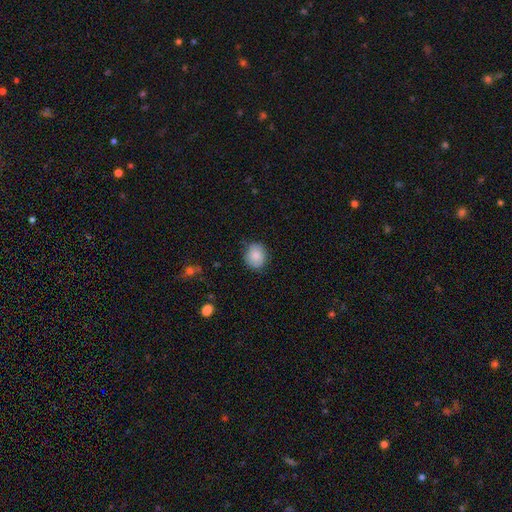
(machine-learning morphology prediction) The model was most divided on "how rounded": round: 71%, in between: 28%, cigar-shaped: 1%. More confident: smooth or featured — smooth (85%); merging — none (82%).